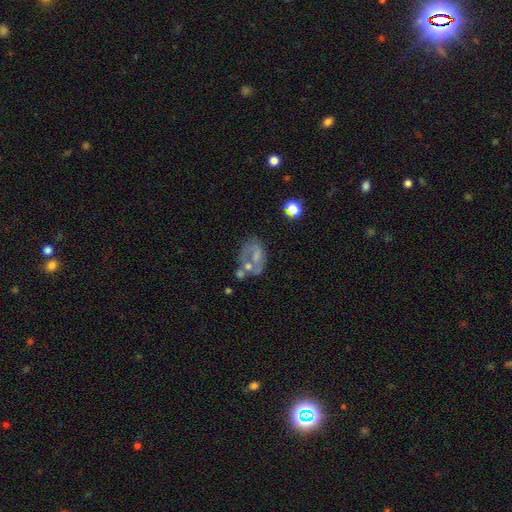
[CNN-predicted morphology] Overall: featured or disk (53%; smooth 35%). Edge-on disk: no (97%). Bar: no (65%; weak 27%). Spiral arms: no (66%; yes 34%). Bulge size: small (38%; moderate 33%). Merging: none (36%; minor disturbance 22%).